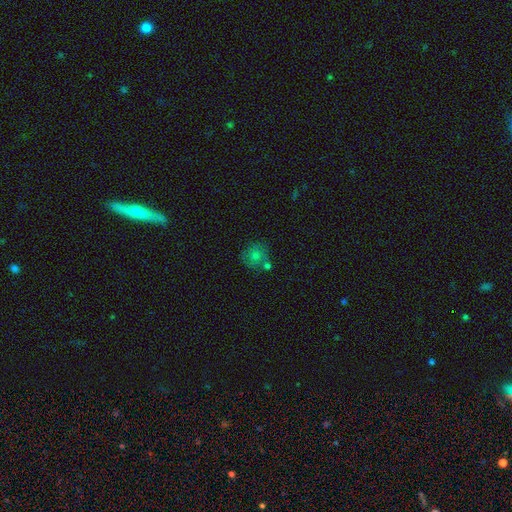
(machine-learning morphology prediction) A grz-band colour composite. It shows a smooth galaxy with no disk features (72%) that is round (85%). Merging: none (58%).